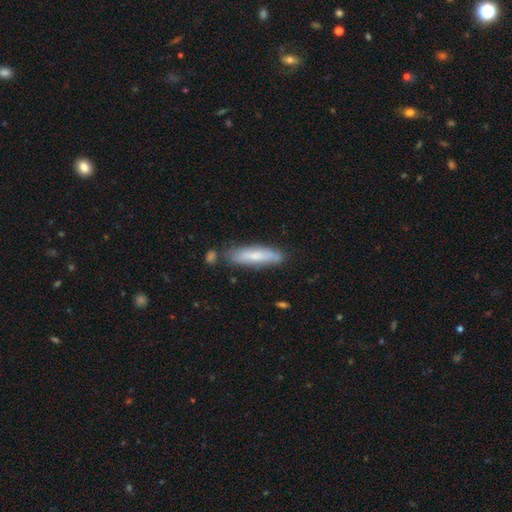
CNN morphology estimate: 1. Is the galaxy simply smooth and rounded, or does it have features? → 62% smooth, 31% featured or disk, 6% star or artifact.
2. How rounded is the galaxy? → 71% cigar-shaped, 27% in between, 2% round.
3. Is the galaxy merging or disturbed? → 69% none, 19% minor disturbance, 8% merger, 4% major disturbance.